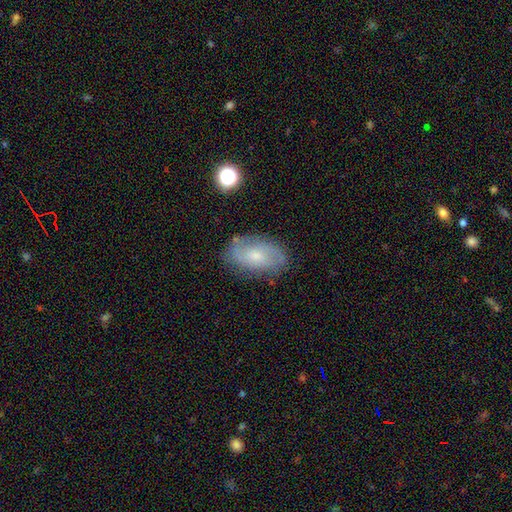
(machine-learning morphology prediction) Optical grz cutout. It shows a featured or disk galaxy (60%) with no bar (57%), spiral arms (84%) and a small central bulge (51%). Merging: none (76%).